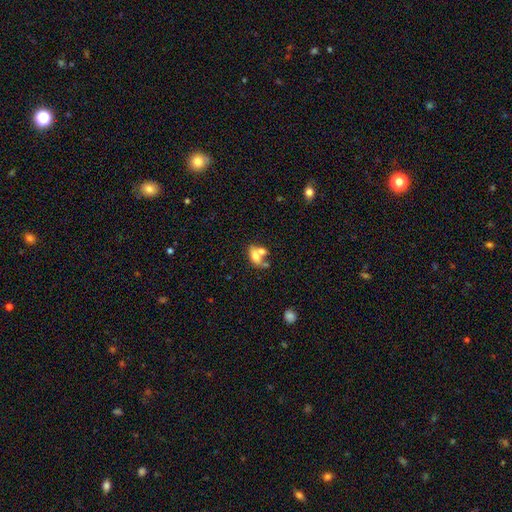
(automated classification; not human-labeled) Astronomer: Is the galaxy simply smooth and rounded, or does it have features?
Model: smooth — 63%.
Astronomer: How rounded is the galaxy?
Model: in between — 79%.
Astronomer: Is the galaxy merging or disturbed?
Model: merger — 53% (runner-up: none, 30%).